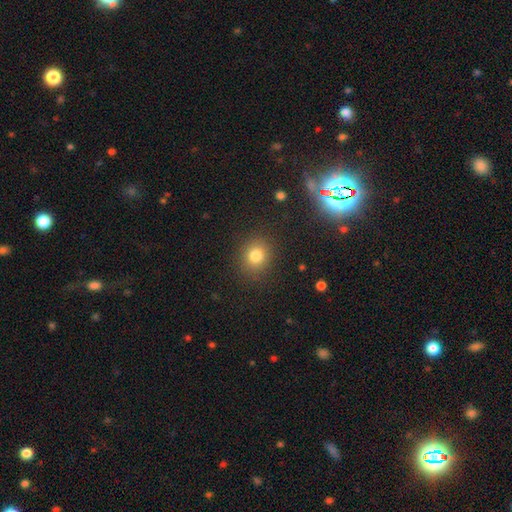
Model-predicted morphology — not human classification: smooth-or-featured: smooth: 80% | star or artifact: 13% | featured or disk: 7%
  how-rounded: round: 75% | in between: 24% | cigar-shaped: 1%
  merging: none: 87% | minor disturbance: 8% | major disturbance: 3% | merger: 2%